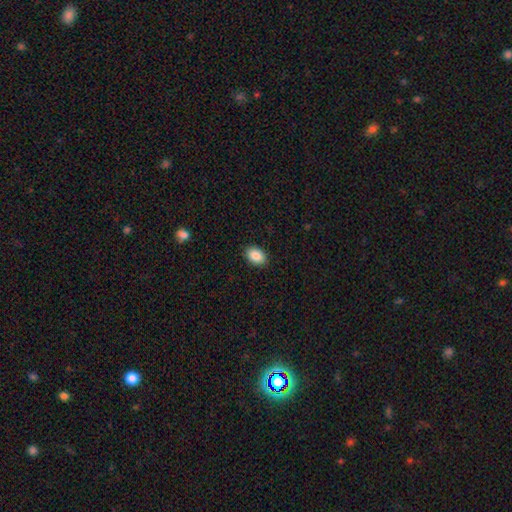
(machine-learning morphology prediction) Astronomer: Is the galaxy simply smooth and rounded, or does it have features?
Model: smooth — 88%.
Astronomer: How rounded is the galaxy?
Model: in between — 85%.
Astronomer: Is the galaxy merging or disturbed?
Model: none — 90%.